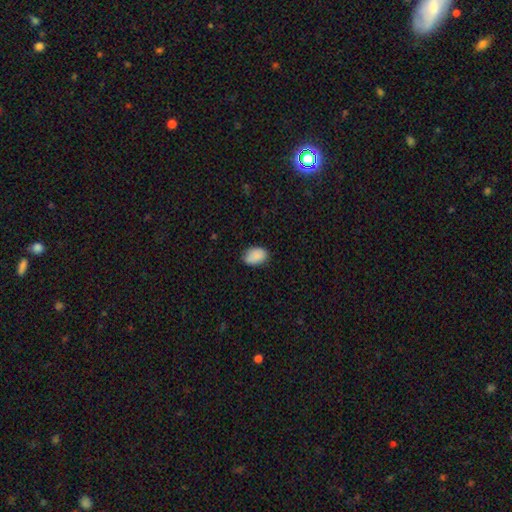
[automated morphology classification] Smooth or featured?
  - smooth: 90% *
  - star or artifact: 7%
  - featured or disk: 3%
How rounded?
  - in between: 86% *
  - round: 13%
  - cigar-shaped: 1%
Merging?
  - none: 78% *
  - minor disturbance: 18%
  - major disturbance: 3%
  - merger: 1%